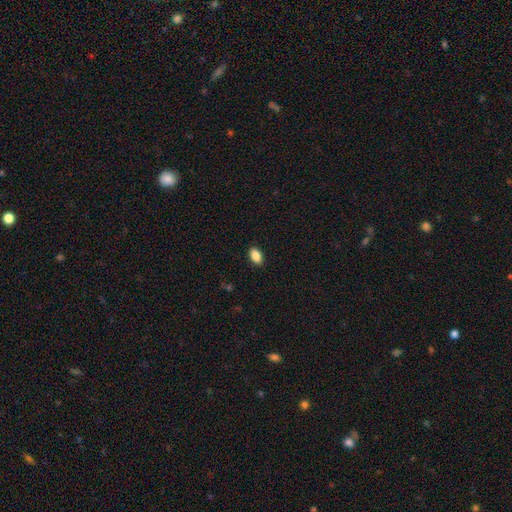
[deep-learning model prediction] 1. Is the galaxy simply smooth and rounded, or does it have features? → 88% smooth, 8% star or artifact, 4% featured or disk.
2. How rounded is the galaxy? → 91% in between, 7% round, 2% cigar-shaped.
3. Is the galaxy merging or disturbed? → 89% none, 8% minor disturbance, 2% major disturbance, 1% merger.